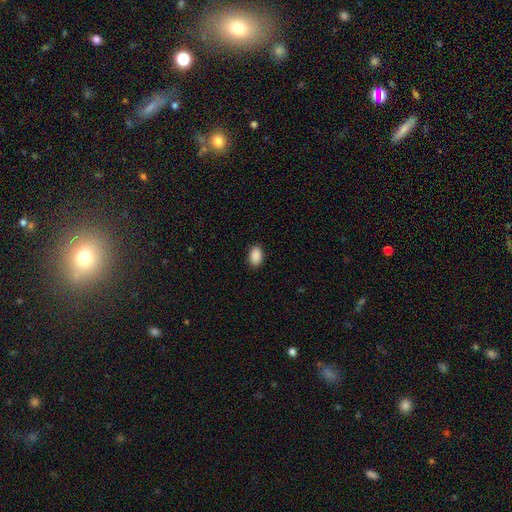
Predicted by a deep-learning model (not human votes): smooth_or_featured: smooth (p=0.90) [alt: star or artifact p=0.07]
how_rounded: in between (p=0.89) [alt: round p=0.10]
merging: none (p=0.89) [alt: minor disturbance p=0.08]